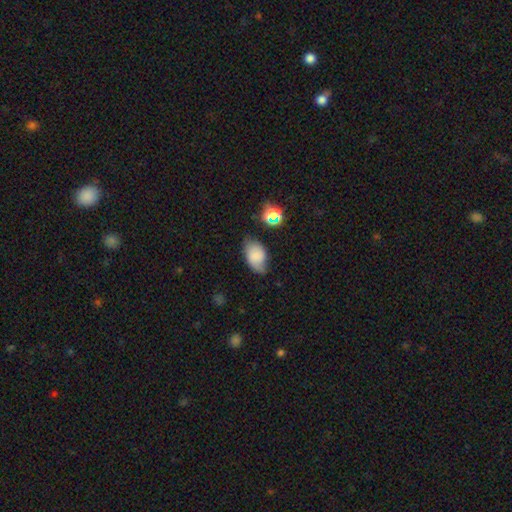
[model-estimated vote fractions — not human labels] This appears to be a smooth galaxy with no disk features (75%) that is in between round and cigar-shaped (88%). Merging: none (59%).